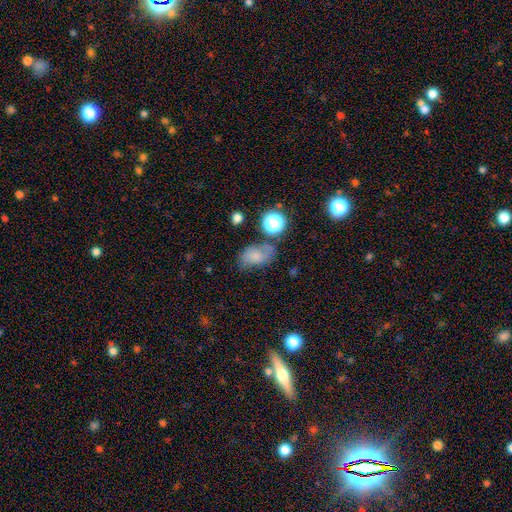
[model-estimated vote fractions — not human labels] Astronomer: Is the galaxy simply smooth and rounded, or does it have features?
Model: smooth — 68%.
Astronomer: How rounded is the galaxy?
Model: in between — 84%.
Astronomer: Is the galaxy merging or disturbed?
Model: none — 54%.